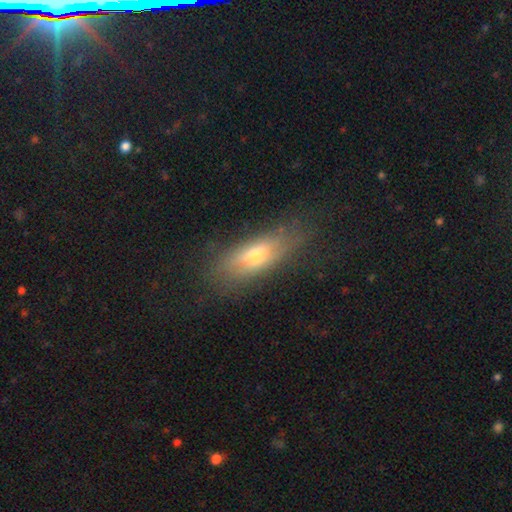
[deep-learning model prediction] The model was most divided on "smooth or featured": smooth: 57%, featured or disk: 34%, star or artifact: 10%. More confident: merging — none (71%); how rounded — in between (65%).